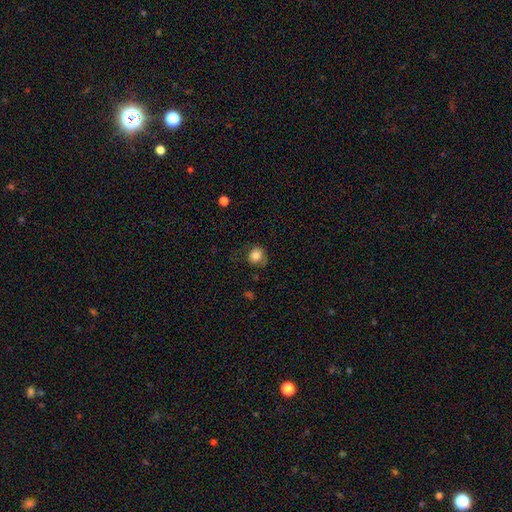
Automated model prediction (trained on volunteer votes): This is clearly a smooth galaxy (83%). How rounded: likely round (80%). Merging: likely none (66%).